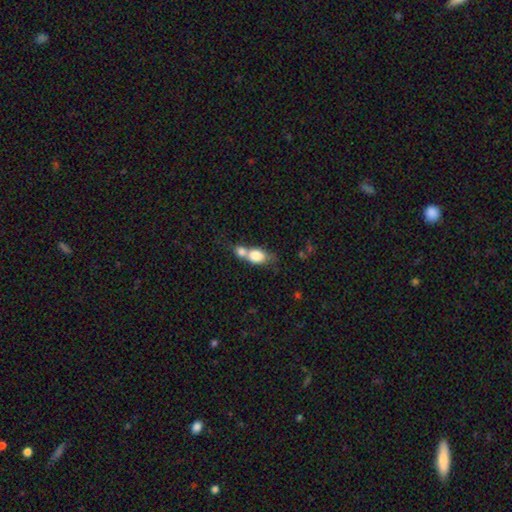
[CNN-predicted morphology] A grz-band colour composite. It shows a smooth galaxy with no disk features (76%) that is in between round and cigar-shaped (66%). Merging: merger (67%).